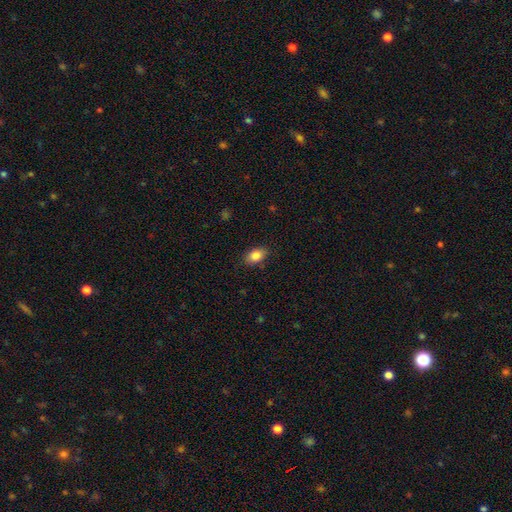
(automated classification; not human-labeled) The model was most divided on "merging": none: 85%, minor disturbance: 11%, major disturbance: 3%, merger: 1%. More confident: how rounded — in between (87%); smooth or featured — smooth (87%).